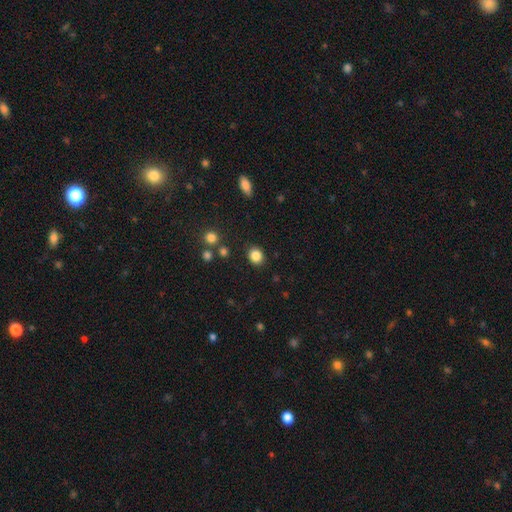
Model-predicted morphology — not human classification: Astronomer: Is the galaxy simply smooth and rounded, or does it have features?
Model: smooth — 85%.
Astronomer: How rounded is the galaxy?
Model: round — 68%.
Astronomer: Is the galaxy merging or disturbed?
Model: none — 87%.